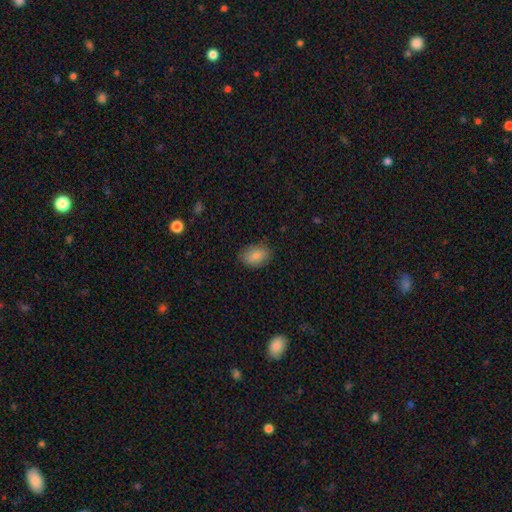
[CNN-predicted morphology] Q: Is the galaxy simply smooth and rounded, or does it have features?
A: smooth — 85%.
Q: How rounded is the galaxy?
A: in between — 83%.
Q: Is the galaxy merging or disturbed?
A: none — 81%.